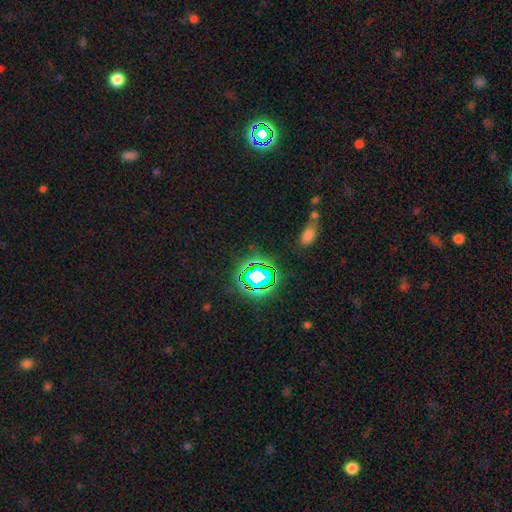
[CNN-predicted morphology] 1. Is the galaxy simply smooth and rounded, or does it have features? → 75% star or artifact, 16% smooth, 8% featured or disk.